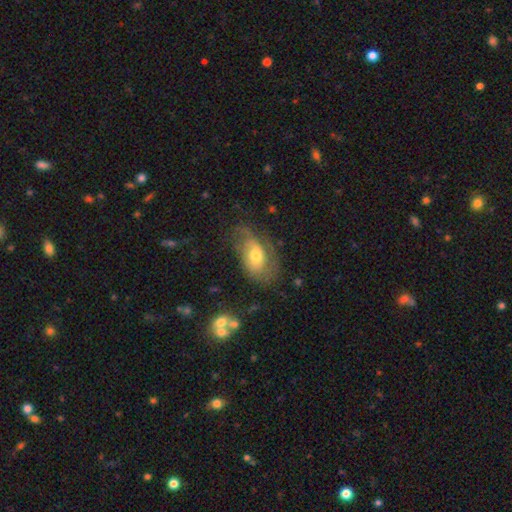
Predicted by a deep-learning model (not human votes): Q: Smooth or featured?
A: featured or disk (49%); runner-up: smooth (42%)
Q: Merging?
A: none (51%); runner-up: minor disturbance (27%)